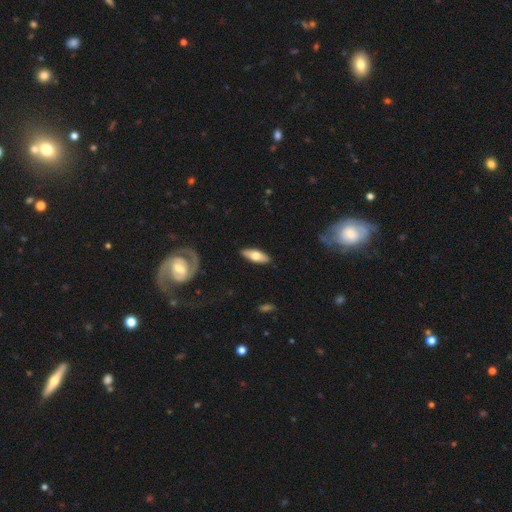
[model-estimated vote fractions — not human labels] Smooth or featured: smooth — 58% (featured or disk — 36%)
How rounded: in between — 62% (cigar-shaped — 35%)
Merging: none — 87% (minor disturbance — 9%)